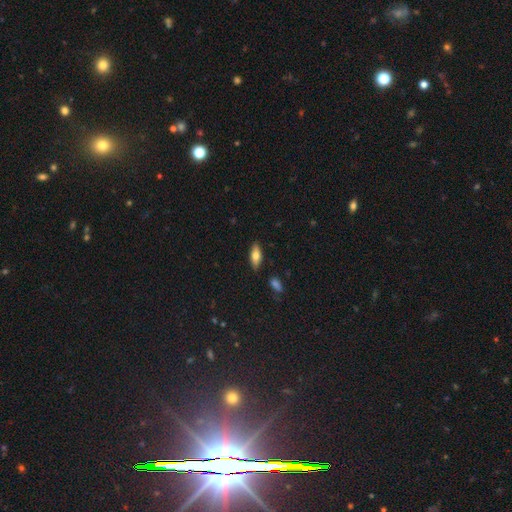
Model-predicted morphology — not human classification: Smooth or featured?
  - smooth: 72% *
  - featured or disk: 21%
  - star or artifact: 7%
How rounded?
  - in between: 75% *
  - cigar-shaped: 22%
  - round: 2%
Merging?
  - none: 87% *
  - minor disturbance: 9%
  - major disturbance: 2%
  - merger: 2%